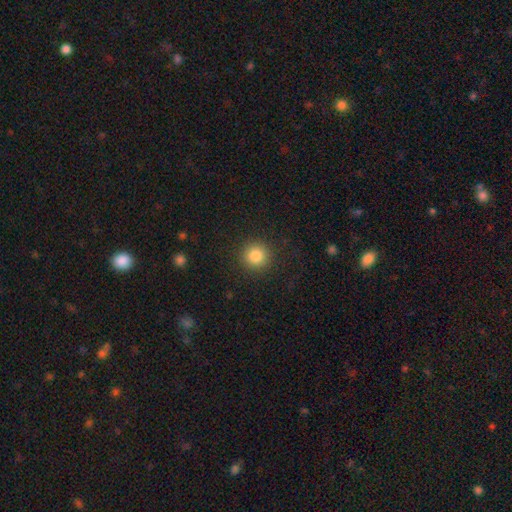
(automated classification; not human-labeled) smooth 85%, star or artifact 11%, featured or disk 5%. Down the decision tree: how rounded — round (94%); merging — none (91%).